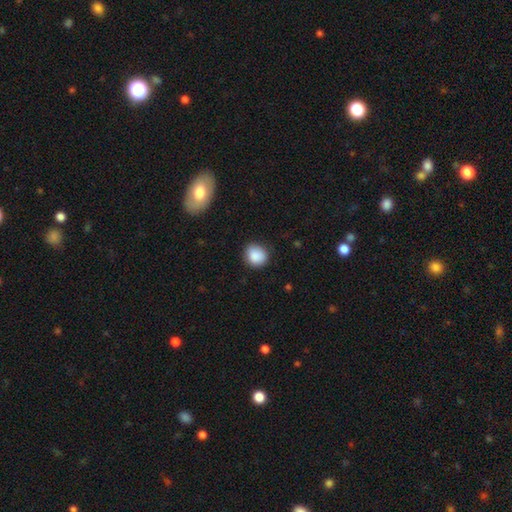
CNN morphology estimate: smooth-or-featured: smooth: 88% | star or artifact: 8% | featured or disk: 4%
  how-rounded: round: 78% | in between: 21% | cigar-shaped: 1%
  merging: none: 85% | minor disturbance: 12% | major disturbance: 2% | merger: 1%